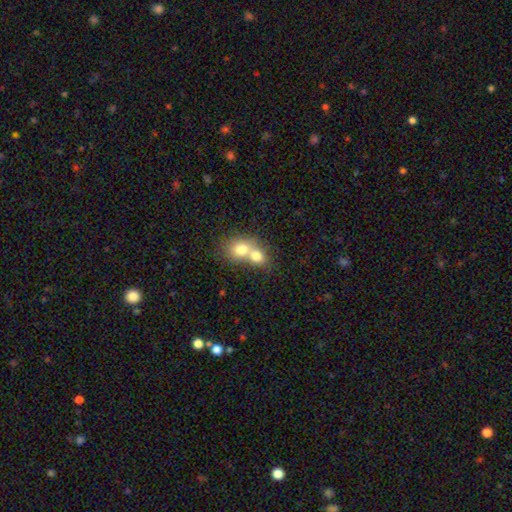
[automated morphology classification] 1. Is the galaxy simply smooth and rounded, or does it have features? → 74% smooth, 17% featured or disk, 9% star or artifact.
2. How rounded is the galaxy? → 60% round, 39% in between, 1% cigar-shaped.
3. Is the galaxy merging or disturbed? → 73% merger, 20% none, 4% minor disturbance, 2% major disturbance.